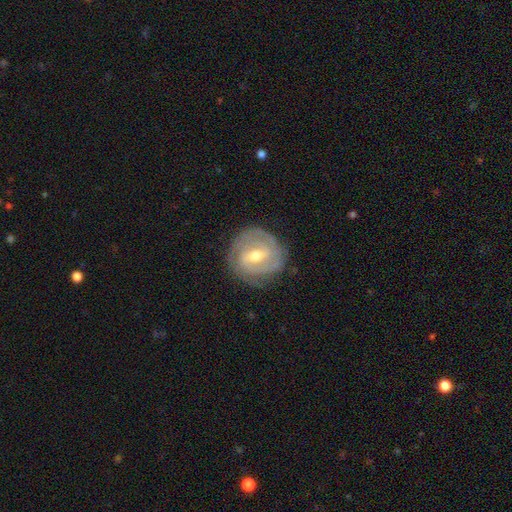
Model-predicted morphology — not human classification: This is clearly a featured or disk galaxy (82%). It is clearly not viewed edge-on (97%). Bar: possibly weak (52%). Spiral arm pattern: clearly yes (91%). Spiral arm count: marginally 2 (43%). Spiral winding: likely tight (68%). Central bulge: likely moderate (69%). Merging: clearly none (81%).